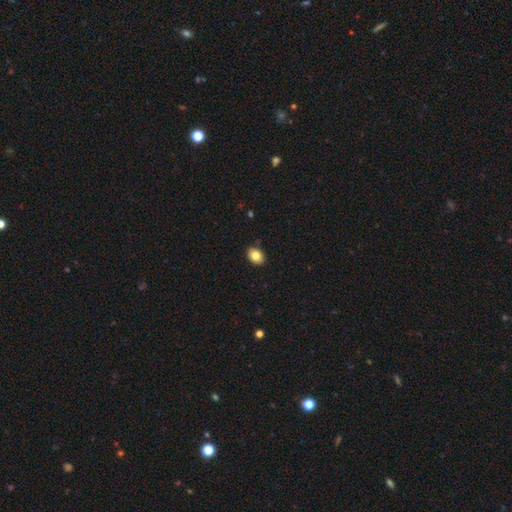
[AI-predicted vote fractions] Q: Smooth or featured?
A: smooth (82%); runner-up: featured or disk (9%)
Q: How rounded?
A: in between (69%); runner-up: round (30%)
Q: Merging?
A: none (87%); runner-up: minor disturbance (10%)